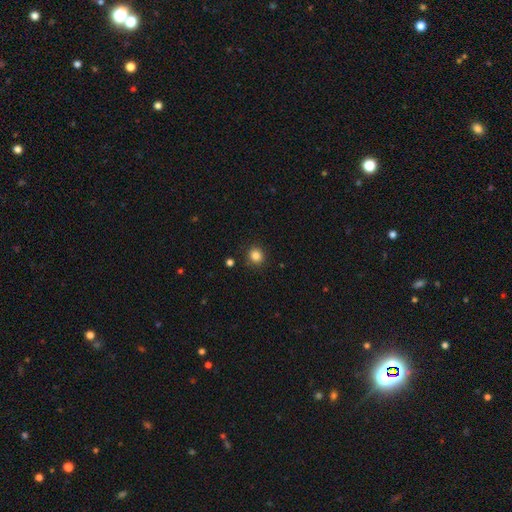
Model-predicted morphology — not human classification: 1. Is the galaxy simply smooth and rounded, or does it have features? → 84% smooth, 12% star or artifact, 4% featured or disk.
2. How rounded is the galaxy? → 86% round, 13% in between, 1% cigar-shaped.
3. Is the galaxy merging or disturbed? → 89% none, 7% minor disturbance, 2% major disturbance, 2% merger.